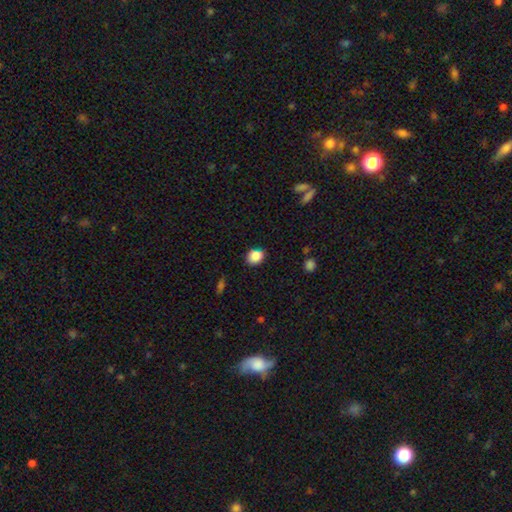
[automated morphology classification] Smooth or featured: smooth — 86% (star or artifact — 10%)
How rounded: round — 60% (in between — 39%)
Merging: none — 77% (minor disturbance — 17%)